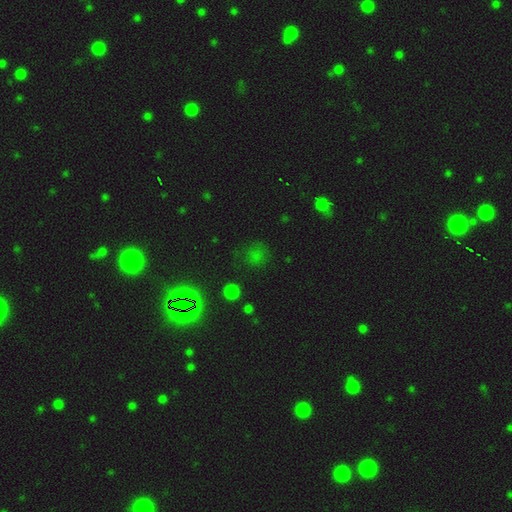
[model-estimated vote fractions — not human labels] Morphology: type=smooth (57%); roundness=round (84%); merging=none (76%).